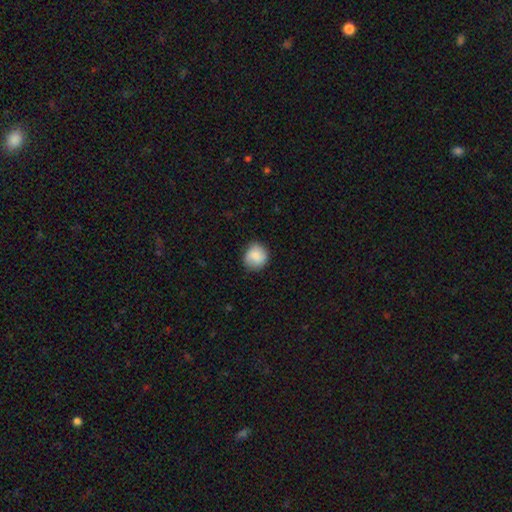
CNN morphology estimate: Overall: smooth (84%). How rounded: round (87%). Merging: none (79%).